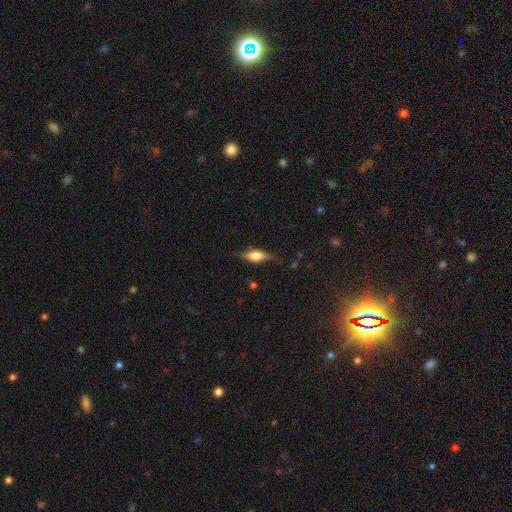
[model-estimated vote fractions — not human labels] The model was most divided on "smooth or featured": smooth: 56%, featured or disk: 36%, star or artifact: 8%. More confident: merging — none (73%); how rounded — in between (67%).